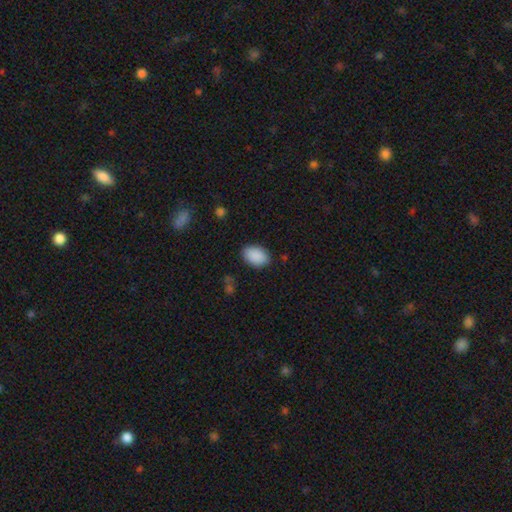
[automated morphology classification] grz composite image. It shows a smooth galaxy with no disk features (90%) that is in between round and cigar-shaped (89%). Merging: none (86%).